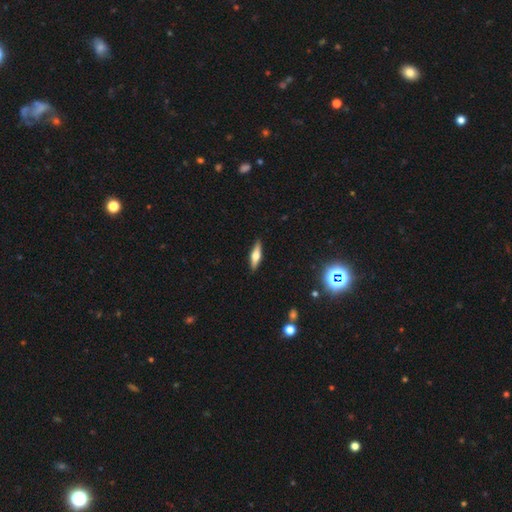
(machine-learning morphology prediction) This appears to be a smooth galaxy with no disk features (47%). Merging: none (90%).